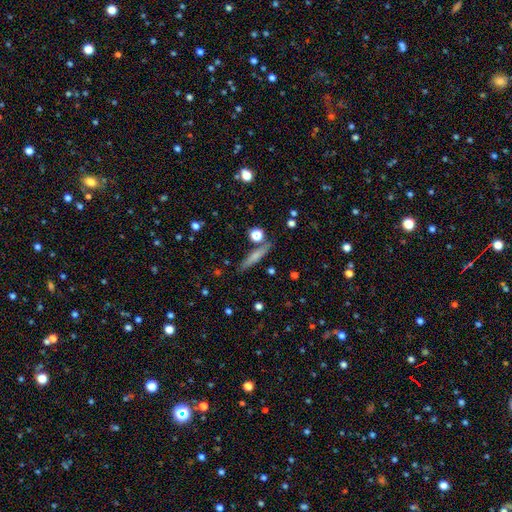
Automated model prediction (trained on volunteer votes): Q: Smooth or featured?
A: smooth (62%); runner-up: featured or disk (30%)
Q: How rounded?
A: cigar-shaped (89%); runner-up: in between (8%)
Q: Merging?
A: none (82%); runner-up: minor disturbance (10%)